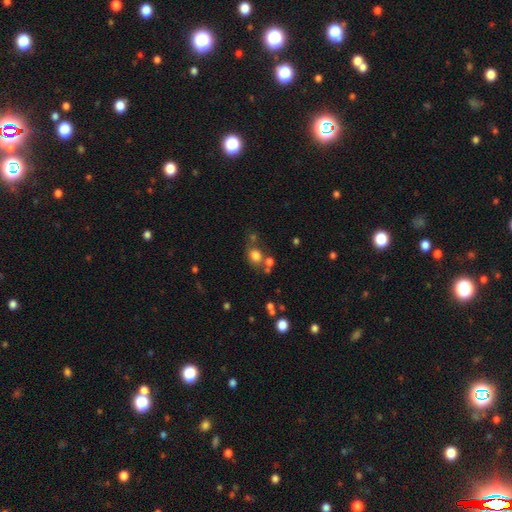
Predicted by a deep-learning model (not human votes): This is likely a smooth galaxy (75%). How rounded: likely round (67%). Merging: possibly none (58%).